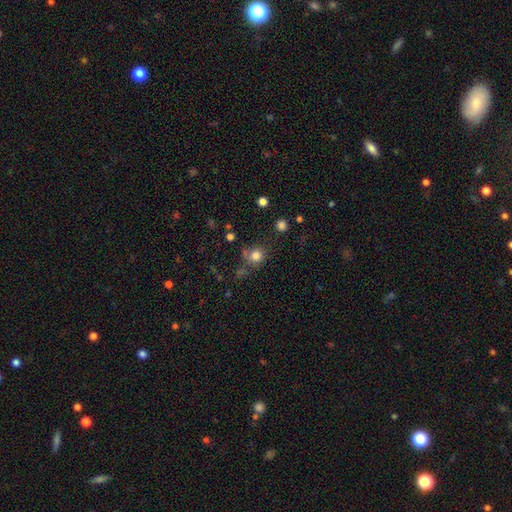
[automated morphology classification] This appears to be a smooth galaxy with no disk features (79%) that is round (83%). Merging: none (64%).